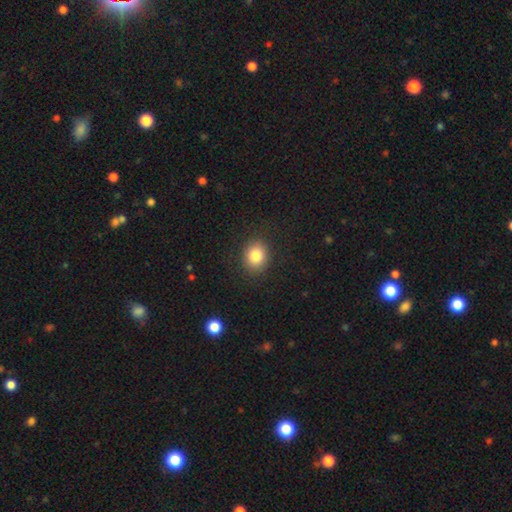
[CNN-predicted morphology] Q: Smooth or featured?
A: smooth (82%); runner-up: star or artifact (10%)
Q: How rounded?
A: round (60%); runner-up: in between (39%)
Q: Merging?
A: none (88%); runner-up: minor disturbance (8%)